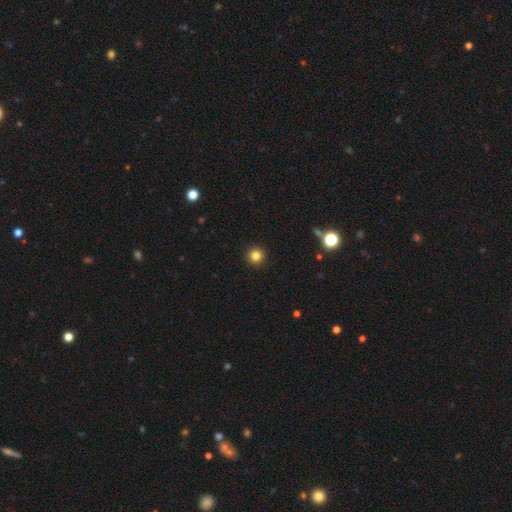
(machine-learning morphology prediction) This is clearly a smooth galaxy (83%). How rounded: clearly round (96%). Merging: clearly none (93%).